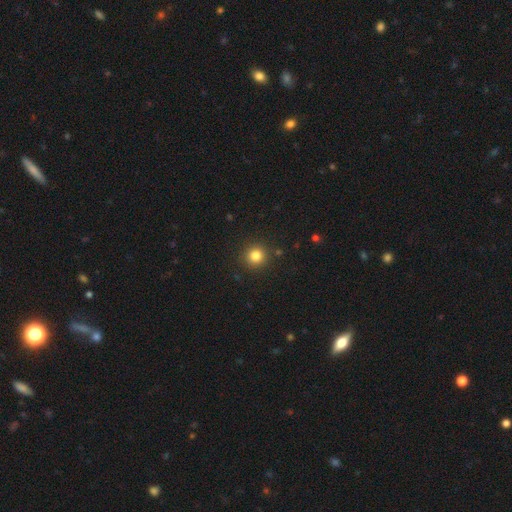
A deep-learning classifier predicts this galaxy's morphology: Smooth or featured? Predicted: smooth (p=0.82). How rounded? Predicted: round (p=0.94). Merging? Predicted: none (p=0.91).